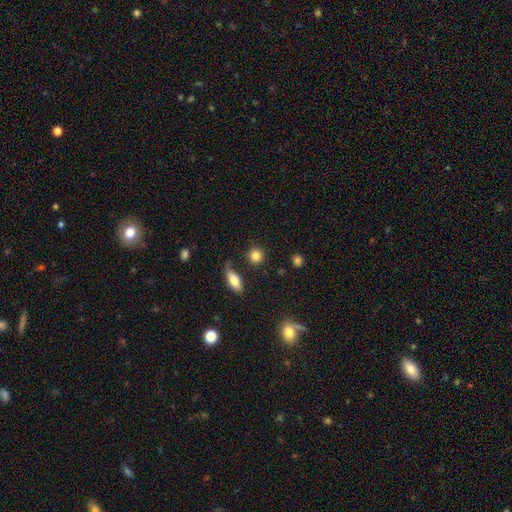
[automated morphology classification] Smooth or featured: smooth — 84% (star or artifact — 9%)
How rounded: round — 87% (in between — 11%)
Merging: none — 83% (minor disturbance — 10%)